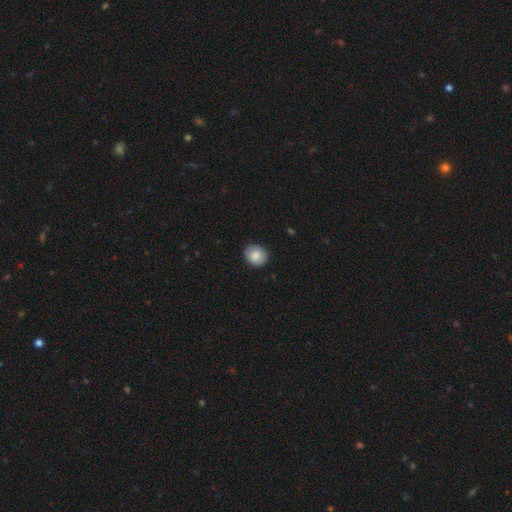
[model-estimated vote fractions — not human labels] Q: Smooth or featured?
A: smooth (81%); runner-up: featured or disk (12%)
Q: How rounded?
A: round (71%); runner-up: in between (28%)
Q: Merging?
A: none (86%); runner-up: minor disturbance (10%)